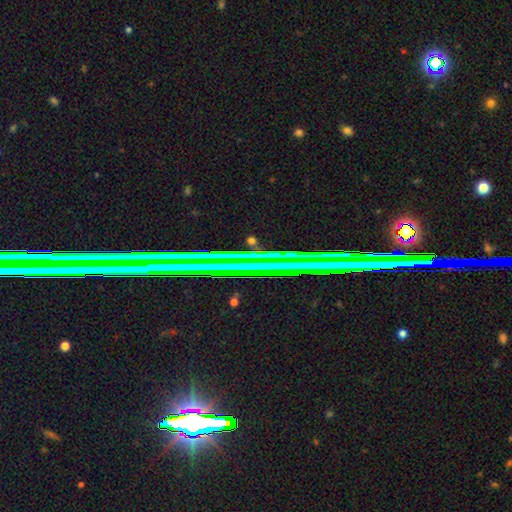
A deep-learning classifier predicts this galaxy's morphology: Smooth or featured?
  - star or artifact: 67% *
  - featured or disk: 21%
  - smooth: 12%